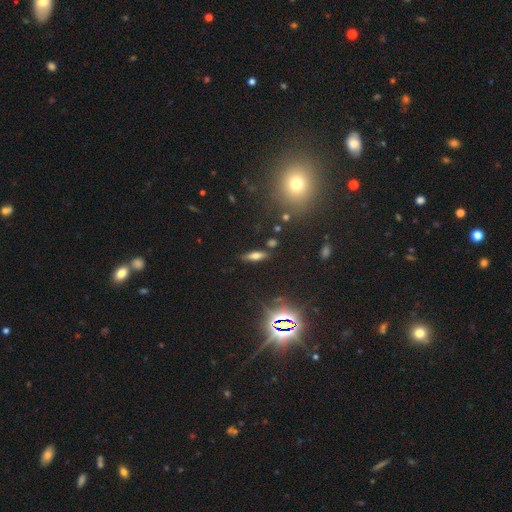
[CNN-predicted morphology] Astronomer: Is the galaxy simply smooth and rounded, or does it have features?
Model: smooth — 52% (runner-up: featured or disk, 30%).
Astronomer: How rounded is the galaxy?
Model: cigar-shaped — 52% (runner-up: in between, 44%).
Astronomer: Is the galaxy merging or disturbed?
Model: none — 83%.